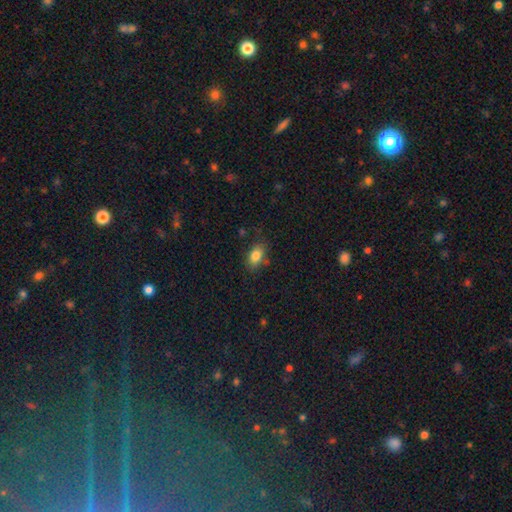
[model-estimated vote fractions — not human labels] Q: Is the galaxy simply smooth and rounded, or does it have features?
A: smooth — 83%.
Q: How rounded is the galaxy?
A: in between — 86%.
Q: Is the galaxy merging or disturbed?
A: none — 75%.